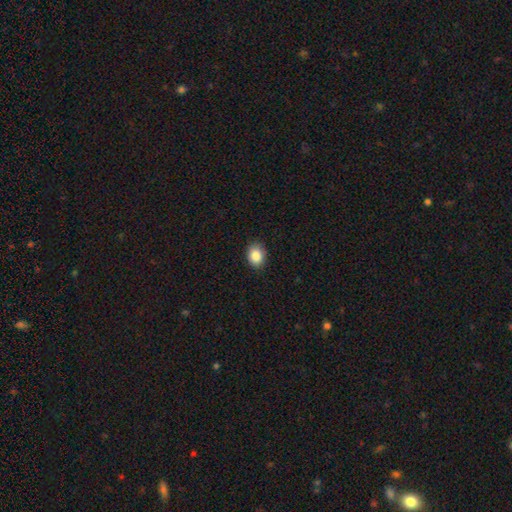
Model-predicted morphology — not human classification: This is clearly a smooth galaxy (87%). How rounded: possibly in between (54%). Merging: clearly none (87%).